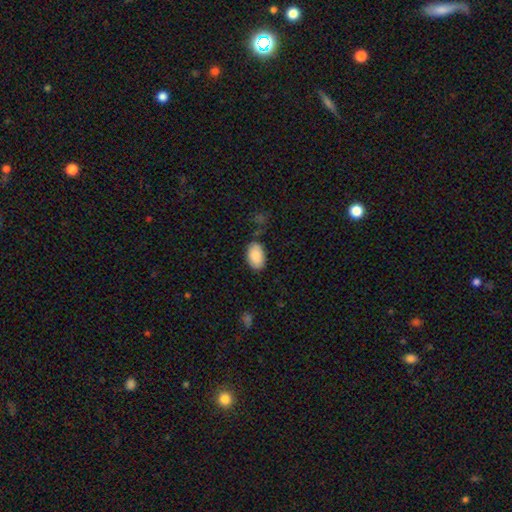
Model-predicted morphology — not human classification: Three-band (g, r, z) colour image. It shows a smooth galaxy with no disk features (89%) that is in between round and cigar-shaped (93%). Merging: none (82%).